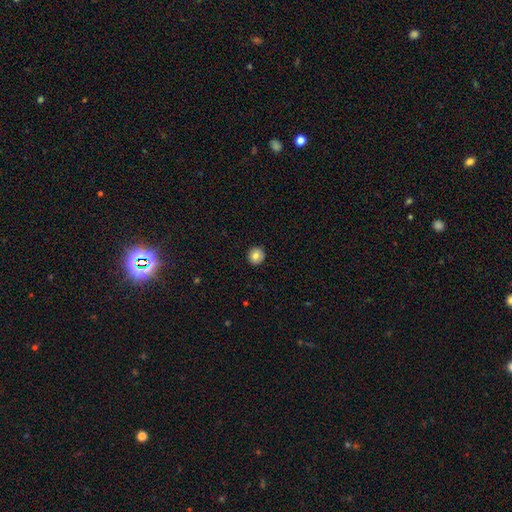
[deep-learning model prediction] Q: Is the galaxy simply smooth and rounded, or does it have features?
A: smooth — 80%.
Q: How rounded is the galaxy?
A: round — 94%.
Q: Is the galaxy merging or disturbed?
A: none — 92%.